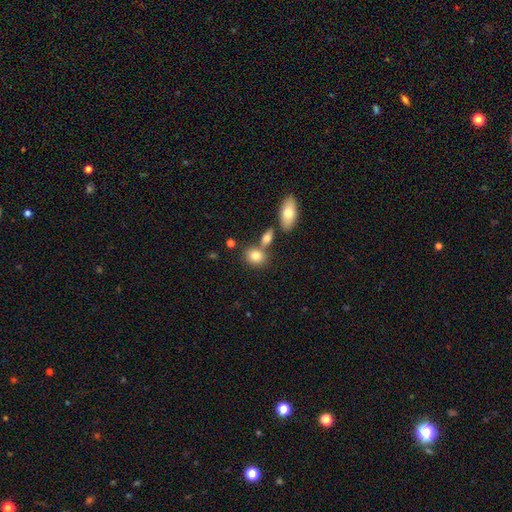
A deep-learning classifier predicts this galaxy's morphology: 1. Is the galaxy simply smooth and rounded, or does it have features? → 79% smooth, 12% featured or disk, 9% star or artifact.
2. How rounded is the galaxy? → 59% in between, 40% round, 2% cigar-shaped.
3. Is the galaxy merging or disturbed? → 58% none, 28% merger, 11% minor disturbance, 3% major disturbance.